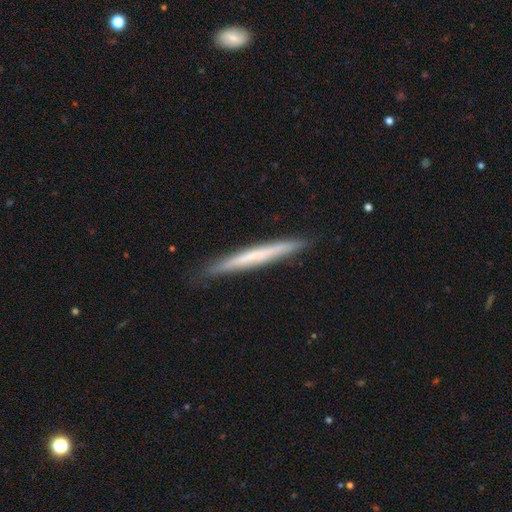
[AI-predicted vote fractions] Overall: smooth (50%; featured or disk 44%). Merging: none (89%).